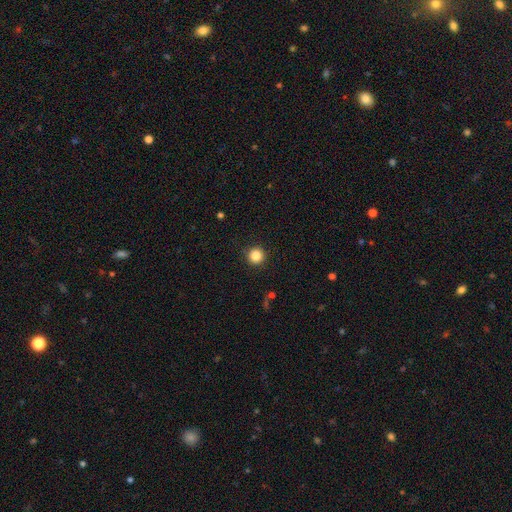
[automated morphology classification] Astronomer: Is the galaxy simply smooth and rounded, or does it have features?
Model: smooth — 85%.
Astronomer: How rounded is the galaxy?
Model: round — 96%.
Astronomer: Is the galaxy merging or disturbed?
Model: none — 92%.